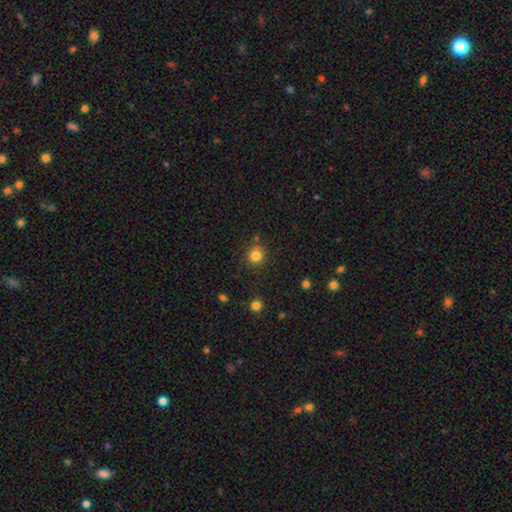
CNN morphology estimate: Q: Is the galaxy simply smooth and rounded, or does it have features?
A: smooth — 82%.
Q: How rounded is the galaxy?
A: round — 90%.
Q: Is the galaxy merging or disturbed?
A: none — 81%.